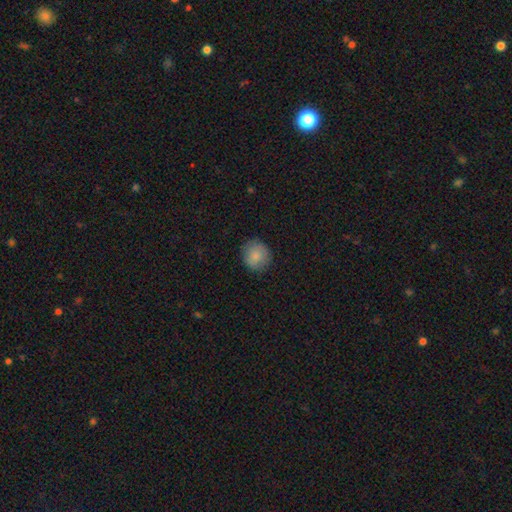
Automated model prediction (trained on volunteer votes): A smooth galaxy with no disk features (84%) that is round (89%).

Vote fractions:
- Smooth or featured? smooth: 84% / featured or disk: 9% / star or artifact: 7%
- How rounded? round: 89% / in between: 11% / cigar-shaped: 1%
- Merging? none: 84% / minor disturbance: 12% / major disturbance: 3% / merger: 1%